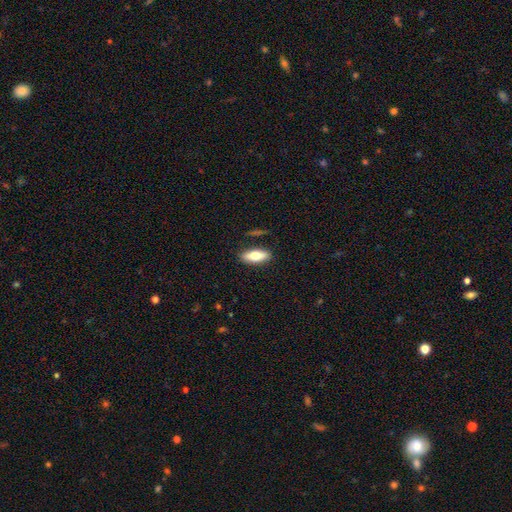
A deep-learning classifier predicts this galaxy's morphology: Smooth or featured: smooth — 73% (featured or disk — 21%)
How rounded: in between — 70% (cigar-shaped — 28%)
Merging: none — 85% (minor disturbance — 11%)